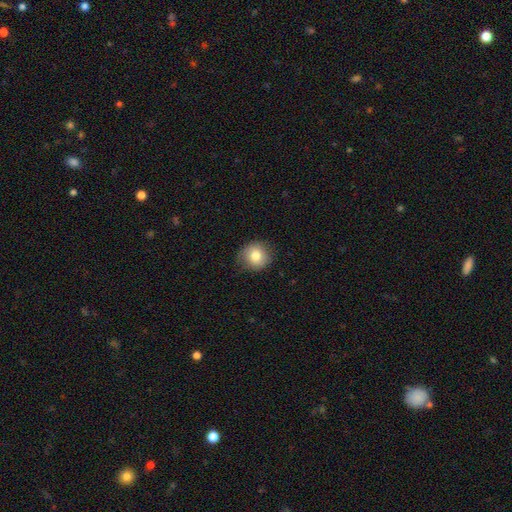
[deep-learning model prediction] A smooth galaxy with no disk features (80%) that is round (88%). Merging: none (81%).